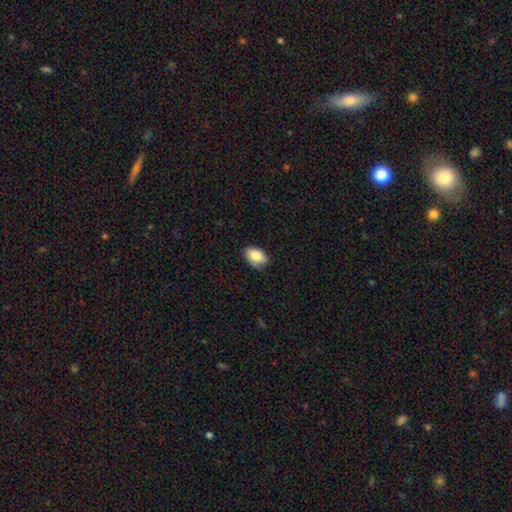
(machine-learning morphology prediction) smooth-or-featured: smooth: 82% | featured or disk: 11% | star or artifact: 7%
  how-rounded: in between: 91% | round: 8% | cigar-shaped: 1%
  merging: none: 73% | minor disturbance: 22% | major disturbance: 4% | merger: 1%